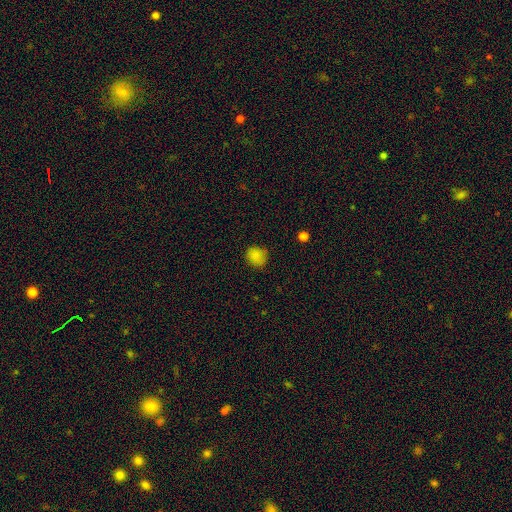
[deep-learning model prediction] Smooth or featured?
  - smooth: 84% *
  - star or artifact: 11%
  - featured or disk: 5%
How rounded?
  - round: 81% *
  - in between: 18%
  - cigar-shaped: 1%
Merging?
  - none: 81% *
  - minor disturbance: 15%
  - major disturbance: 3%
  - merger: 1%